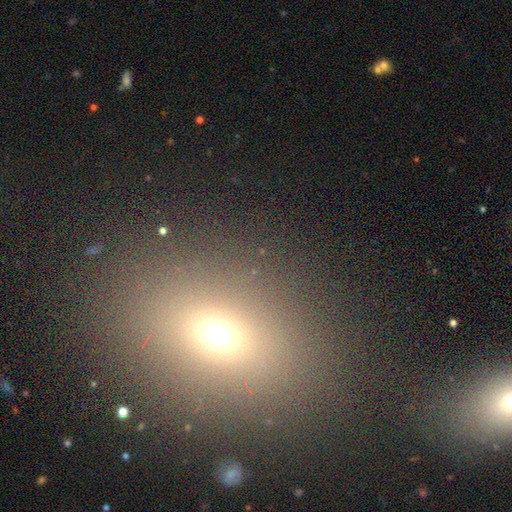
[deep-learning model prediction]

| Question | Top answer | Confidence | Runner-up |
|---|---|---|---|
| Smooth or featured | smooth | 61% | star or artifact (27%) |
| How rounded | in between | 58% | round (40%) |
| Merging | none | 83% | minor disturbance (8%) |